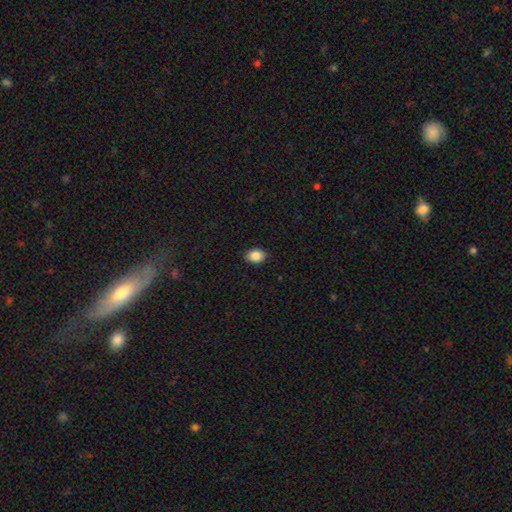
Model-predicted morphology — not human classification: smooth_or_featured: smooth (p=0.88) [alt: star or artifact p=0.08]
how_rounded: in between (p=0.70) [alt: round p=0.29]
merging: none (p=0.88) [alt: minor disturbance p=0.10]